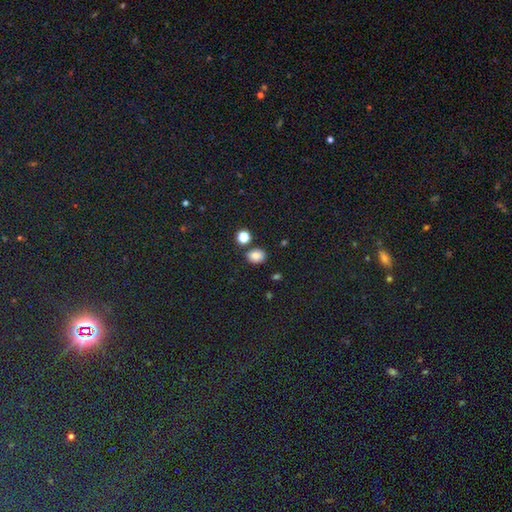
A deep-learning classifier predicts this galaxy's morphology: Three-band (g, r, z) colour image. It shows a smooth galaxy with no disk features (80%) that is round (53%). Merging: none (81%).